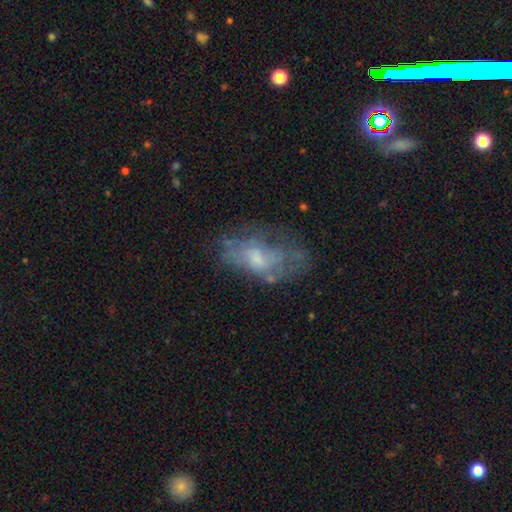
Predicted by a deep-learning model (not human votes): smooth_or_featured: featured or disk (p=0.52) [alt: smooth p=0.36]
disk_edge_on: no (p=0.92) [alt: yes p=0.08]
merging: none (p=0.56) [alt: minor disturbance p=0.23]